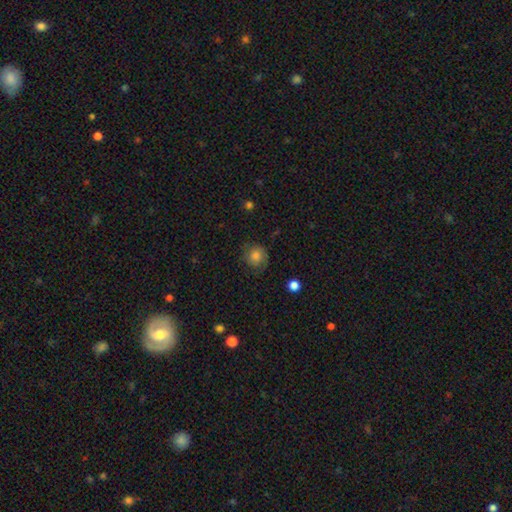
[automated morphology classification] type=smooth (76%); roundness=round (87%); merging=none (75%).